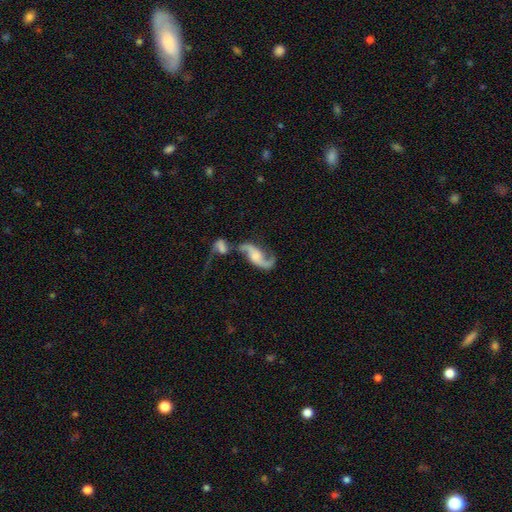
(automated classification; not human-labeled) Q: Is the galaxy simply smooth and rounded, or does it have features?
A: featured or disk — 85%.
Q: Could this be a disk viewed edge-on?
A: no — 95%.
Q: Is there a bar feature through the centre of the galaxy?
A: no — 54%.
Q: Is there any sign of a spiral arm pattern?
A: yes — 94%.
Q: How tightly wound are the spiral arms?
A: loose — 81%.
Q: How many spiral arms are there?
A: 2 — 90%.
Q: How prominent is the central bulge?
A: moderate — 32%.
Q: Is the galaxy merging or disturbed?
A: merger — 45%.